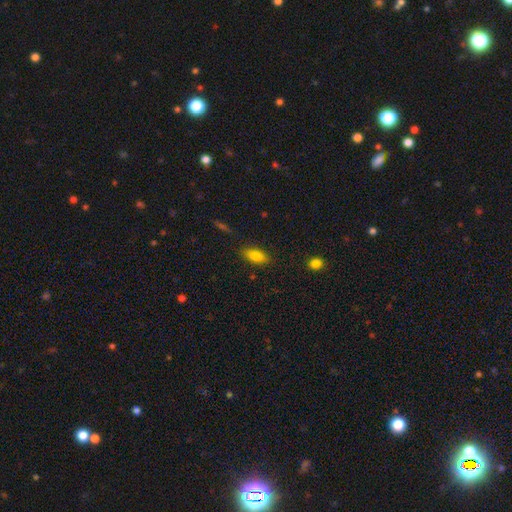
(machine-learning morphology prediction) Smooth or featured?
  - smooth: 82% *
  - featured or disk: 9%
  - star or artifact: 9%
How rounded?
  - in between: 84% *
  - cigar-shaped: 13%
  - round: 3%
Merging?
  - none: 84% *
  - minor disturbance: 12%
  - major disturbance: 3%
  - merger: 2%